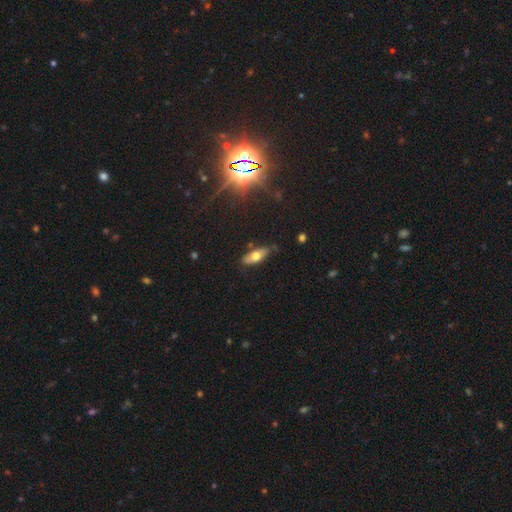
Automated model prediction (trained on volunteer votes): Q: Smooth or featured?
A: smooth (60%); runner-up: featured or disk (33%)
Q: How rounded?
A: in between (70%); runner-up: cigar-shaped (27%)
Q: Merging?
A: none (80%); runner-up: minor disturbance (15%)